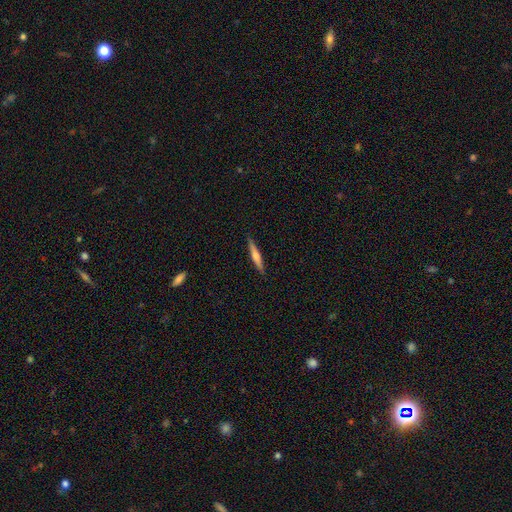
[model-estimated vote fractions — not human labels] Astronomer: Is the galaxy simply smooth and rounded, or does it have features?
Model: featured or disk — 48% (runner-up: smooth, 46%).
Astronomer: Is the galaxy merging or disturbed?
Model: none — 91%.